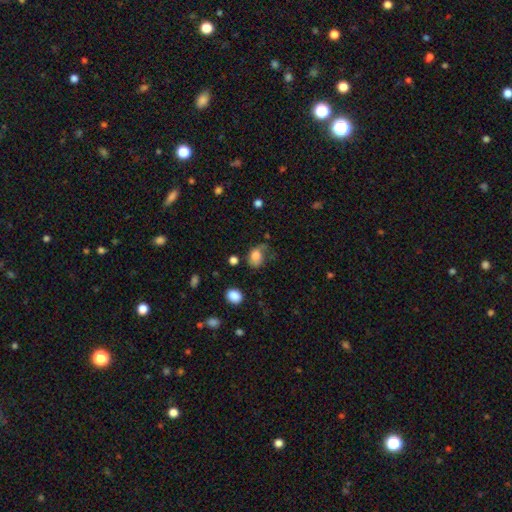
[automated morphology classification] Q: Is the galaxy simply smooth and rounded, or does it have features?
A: smooth — 76%.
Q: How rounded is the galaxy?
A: in between — 57%.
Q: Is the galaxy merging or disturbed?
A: none — 36%.